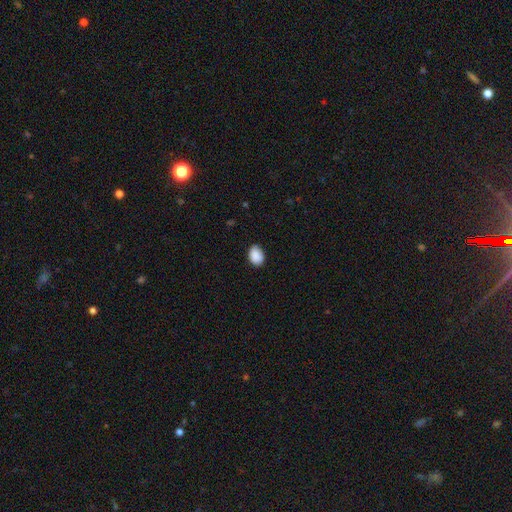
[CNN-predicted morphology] A smooth galaxy with no disk features (90%) that is in between round and cigar-shaped (75%).

Vote fractions:
- Smooth or featured? smooth: 90% / star or artifact: 7% / featured or disk: 3%
- How rounded? in between: 75% / round: 24% / cigar-shaped: 1%
- Merging? none: 82% / minor disturbance: 14% / major disturbance: 2% / merger: 1%